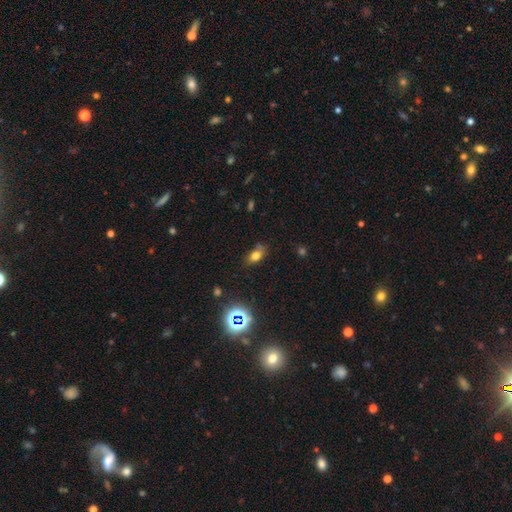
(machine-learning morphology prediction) This is likely a smooth galaxy (71%). How rounded: clearly in between (80%). Merging: likely none (66%).